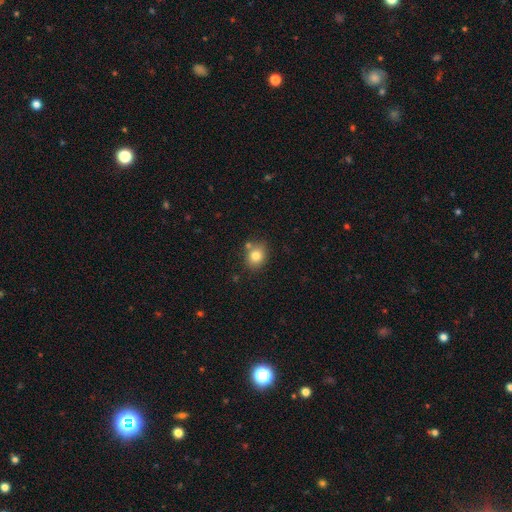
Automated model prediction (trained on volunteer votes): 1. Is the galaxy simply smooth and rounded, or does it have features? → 80% smooth, 11% star or artifact, 10% featured or disk.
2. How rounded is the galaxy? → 61% round, 38% in between, 1% cigar-shaped.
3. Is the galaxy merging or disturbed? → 73% none, 13% minor disturbance, 10% merger, 3% major disturbance.